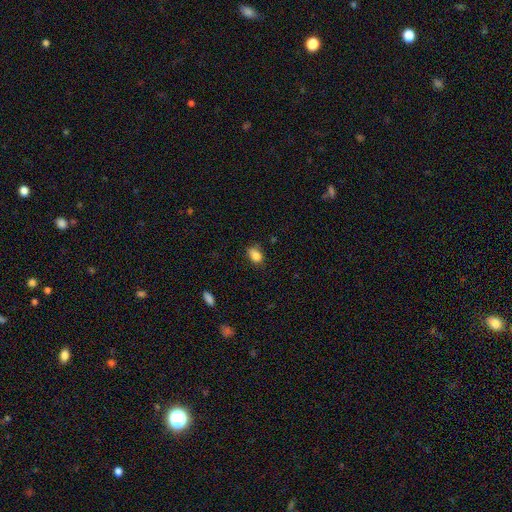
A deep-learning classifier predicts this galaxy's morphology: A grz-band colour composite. It shows a smooth galaxy with no disk features (83%) that is in between round and cigar-shaped (75%). Merging: none (68%).